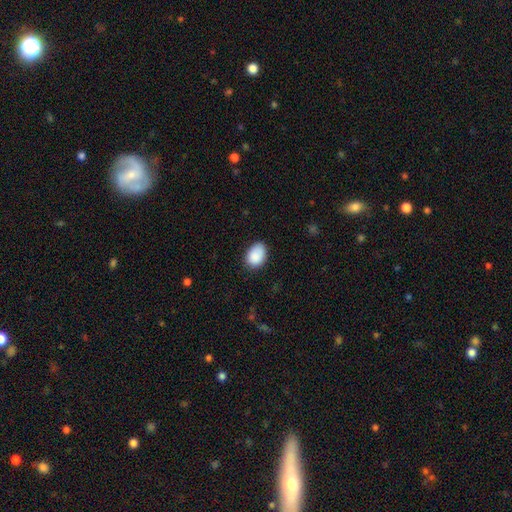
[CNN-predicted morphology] This appears to be a smooth galaxy with no disk features (88%) that is in between round and cigar-shaped (80%). Merging: none (75%).